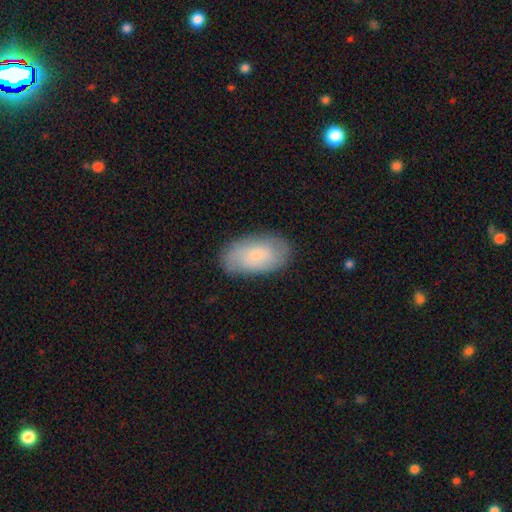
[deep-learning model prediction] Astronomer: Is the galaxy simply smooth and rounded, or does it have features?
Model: smooth — 64%.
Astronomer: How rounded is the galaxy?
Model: in between — 94%.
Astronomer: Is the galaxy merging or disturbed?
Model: none — 79%.